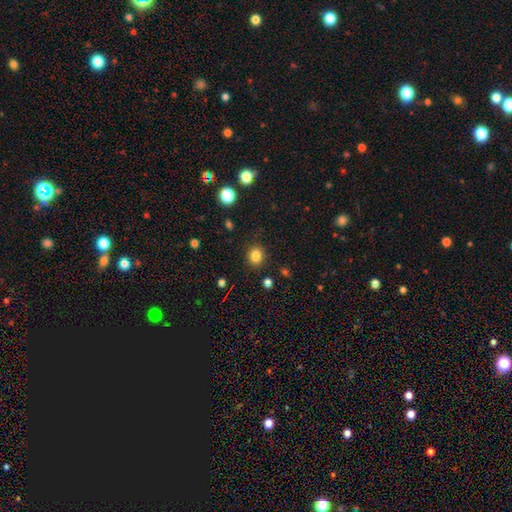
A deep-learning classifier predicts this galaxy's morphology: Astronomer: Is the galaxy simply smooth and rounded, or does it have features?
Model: smooth — 83%.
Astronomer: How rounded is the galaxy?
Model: round — 73%.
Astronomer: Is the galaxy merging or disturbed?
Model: none — 88%.